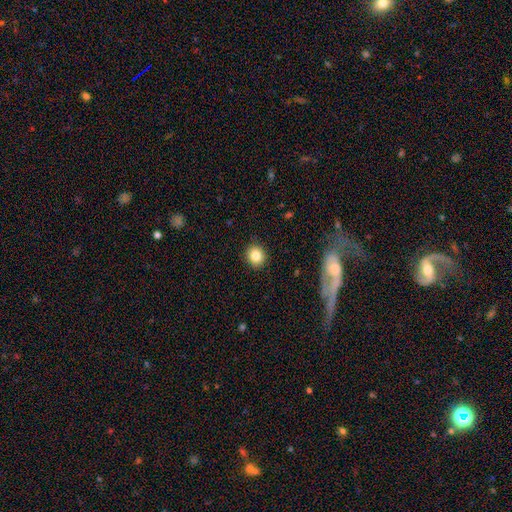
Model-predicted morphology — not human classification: A smooth galaxy with no disk features (84%) that is round (79%). Merging: none (91%).